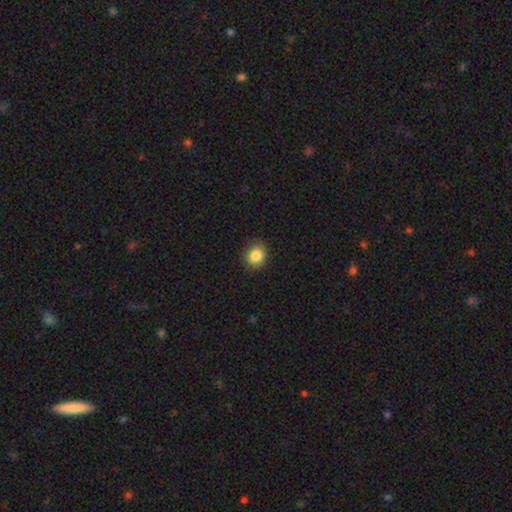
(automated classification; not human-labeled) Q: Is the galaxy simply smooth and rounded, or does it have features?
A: smooth — 86%.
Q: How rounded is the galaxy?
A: round — 73%.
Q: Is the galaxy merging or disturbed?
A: none — 84%.